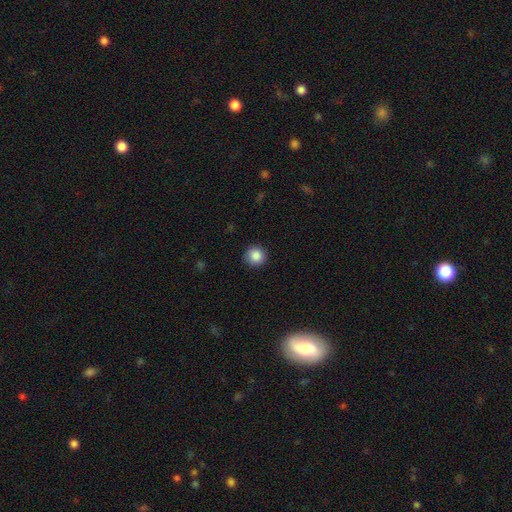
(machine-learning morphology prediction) smooth 87%, star or artifact 9%, featured or disk 4%. Down the decision tree: how rounded — round (94%); merging — none (91%).